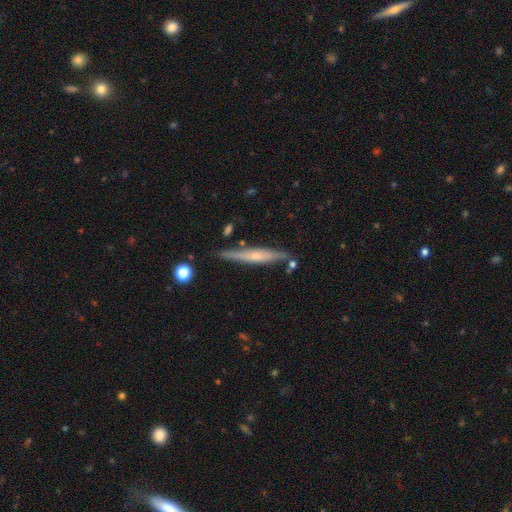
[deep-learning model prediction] smooth_or_featured: featured or disk (p=0.58) [alt: smooth p=0.36]
disk_edge_on: yes (p=0.95) [alt: no p=0.05]
edge_on_bulge: rounded (p=0.56) [alt: none p=0.34]
merging: none (p=0.82) [alt: minor disturbance p=0.12]